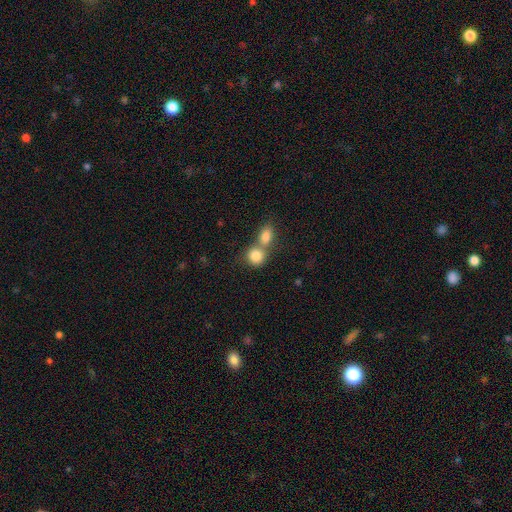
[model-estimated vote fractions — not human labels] The model was most divided on "merging": merger: 58%, none: 33%, minor disturbance: 6%, major disturbance: 3%. More confident: smooth or featured — smooth (83%); how rounded — round (72%).